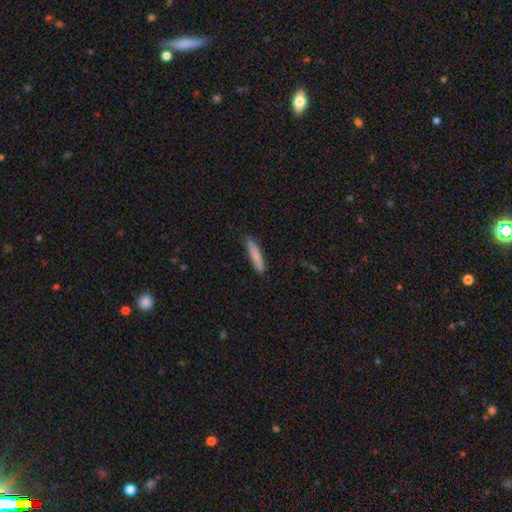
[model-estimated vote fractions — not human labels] This is clearly a smooth galaxy (80%). How rounded: clearly cigar-shaped (89%). Merging: clearly none (81%).